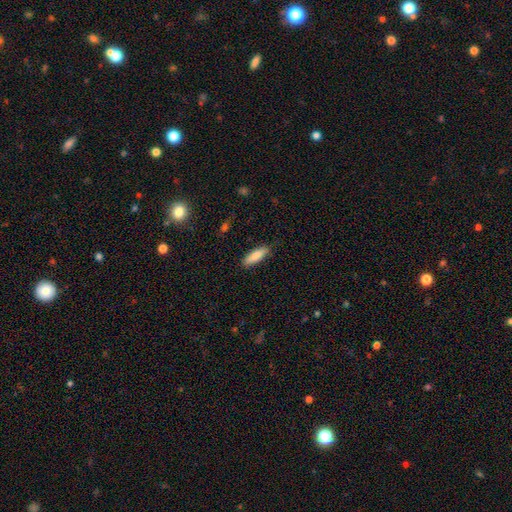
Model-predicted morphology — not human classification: The model was most divided on "how rounded": cigar-shaped: 51%, in between: 47%, round: 2%. More confident: merging — none (85%); smooth or featured — smooth (84%).